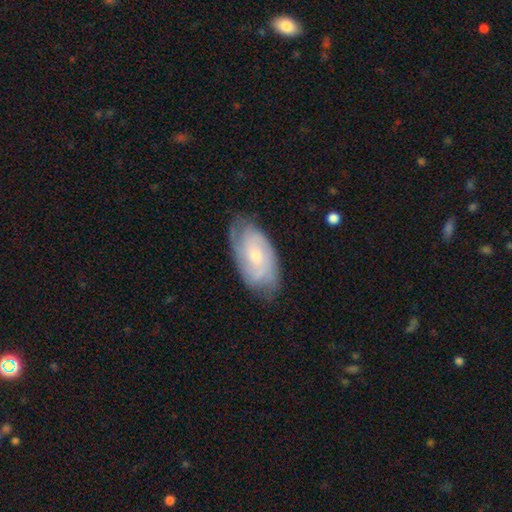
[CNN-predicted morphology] type=featured or disk (69%); edge-on=no (94%); bar=no (70%); spiral arms=yes (90%); winding=tight (59%); arm count=can't tell (40%); bulge=small (60%); merging=none (72%).